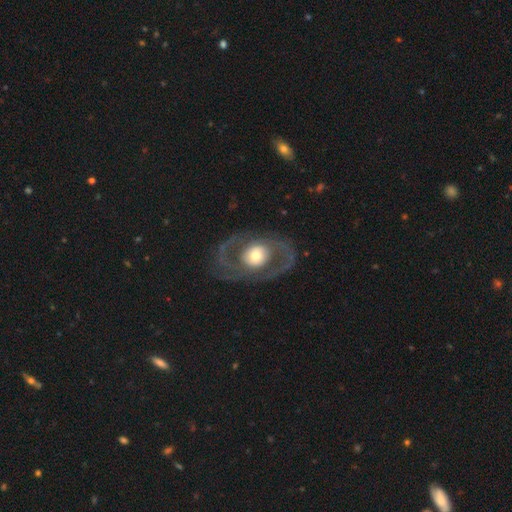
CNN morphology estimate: featured or disk 77%, smooth 18%, star or artifact 5%. Down the decision tree: edge-on disk — no (95%); bar — no (73%); spiral arms — yes (67%); bulge size — moderate (54%); merging — none (75%).